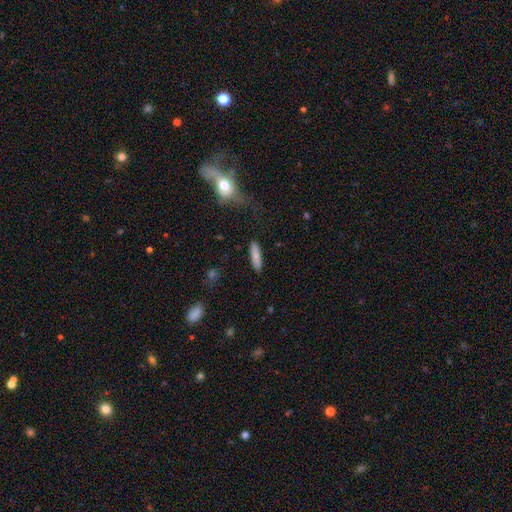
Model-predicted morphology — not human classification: A smooth galaxy with no disk features (83%) that is cigar-shaped (71%). Merging: none (88%).